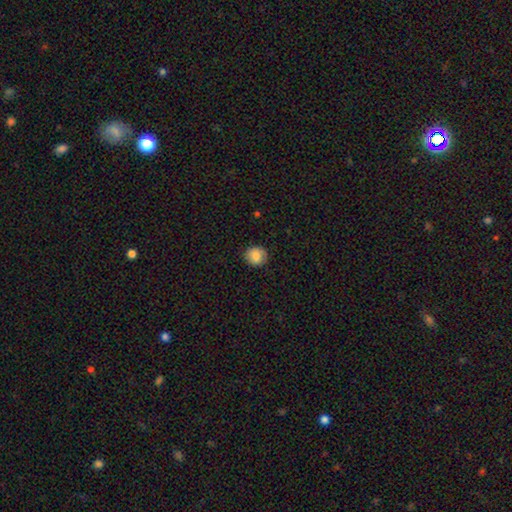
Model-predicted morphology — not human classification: Smooth or featured? Predicted: smooth (p=0.81). How rounded? Predicted: round (p=0.80). Merging? Predicted: none (p=0.83).